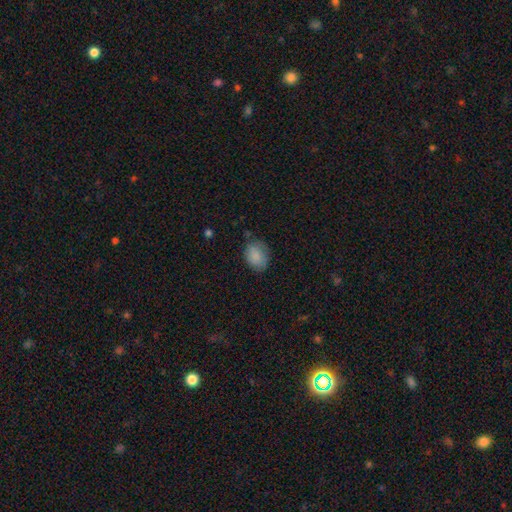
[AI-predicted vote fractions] smooth_or_featured: smooth (p=0.86) [alt: star or artifact p=0.08]
how_rounded: in between (p=0.59) [alt: round p=0.40]
merging: none (p=0.73) [alt: minor disturbance p=0.21]